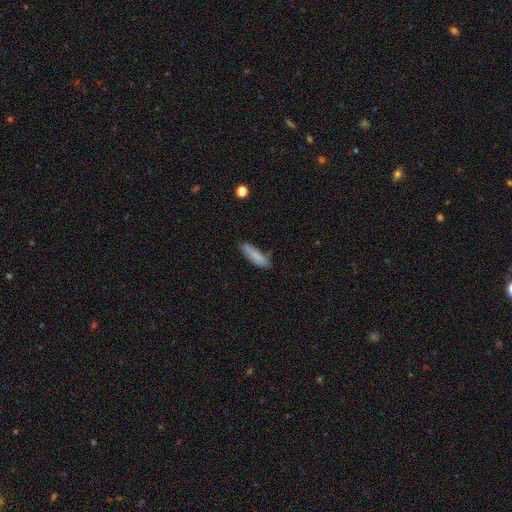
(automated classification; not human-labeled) Smooth or featured? Predicted: smooth (p=0.81). How rounded? Predicted: cigar-shaped (p=0.64). Merging? Predicted: none (p=0.71).